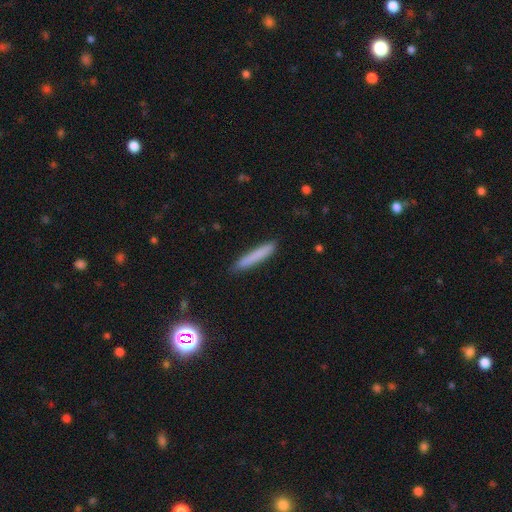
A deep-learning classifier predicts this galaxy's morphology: Smooth or featured: smooth — 79% (featured or disk — 14%)
How rounded: cigar-shaped — 94% (in between — 4%)
Merging: none — 88% (minor disturbance — 9%)